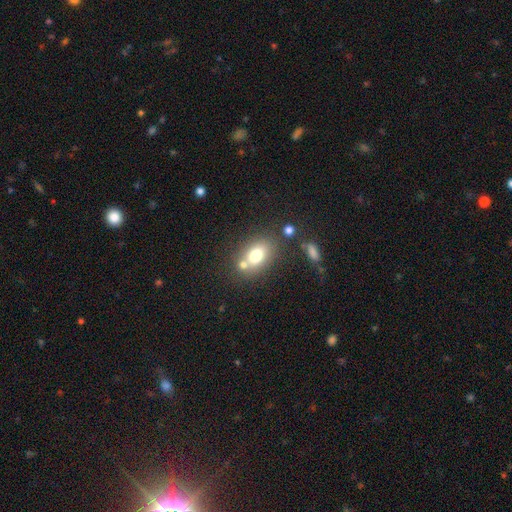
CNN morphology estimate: A smooth galaxy with no disk features (74%) that is in between round and cigar-shaped (74%).

Vote fractions:
- Smooth or featured? smooth: 74% / featured or disk: 15% / star or artifact: 11%
- How rounded? in between: 74% / round: 25% / cigar-shaped: 2%
- Merging? none: 61% / merger: 21% / minor disturbance: 13% / major disturbance: 5%